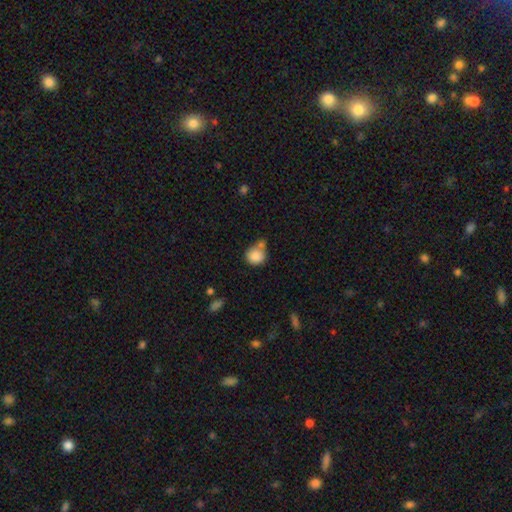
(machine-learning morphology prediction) Smooth or featured? smooth (85%)
How rounded? round (83%)
Merging? none (47%)